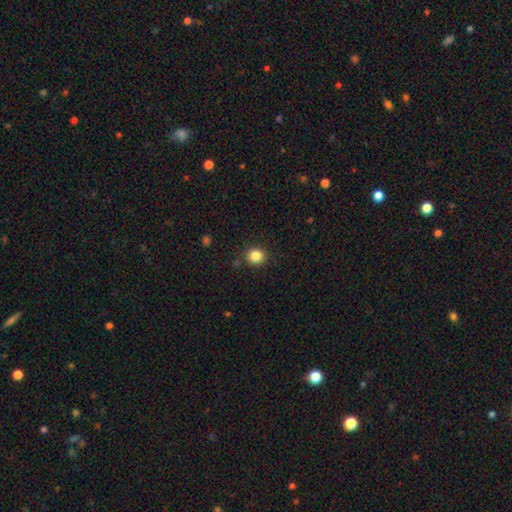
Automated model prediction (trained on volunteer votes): Smooth or featured?
  - smooth: 84% *
  - star or artifact: 11%
  - featured or disk: 5%
How rounded?
  - round: 87% *
  - in between: 12%
  - cigar-shaped: 1%
Merging?
  - none: 88% *
  - minor disturbance: 7%
  - major disturbance: 2%
  - merger: 2%